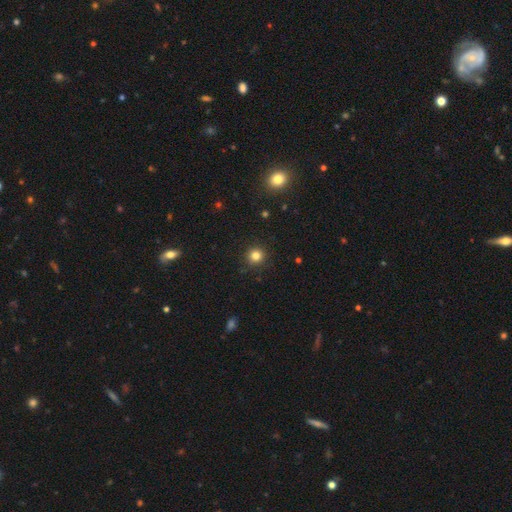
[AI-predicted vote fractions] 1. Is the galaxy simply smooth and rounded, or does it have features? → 83% smooth, 13% star or artifact, 5% featured or disk.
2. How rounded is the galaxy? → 94% round, 5% in between, 1% cigar-shaped.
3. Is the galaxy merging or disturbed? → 91% none, 6% minor disturbance, 2% major disturbance, 1% merger.